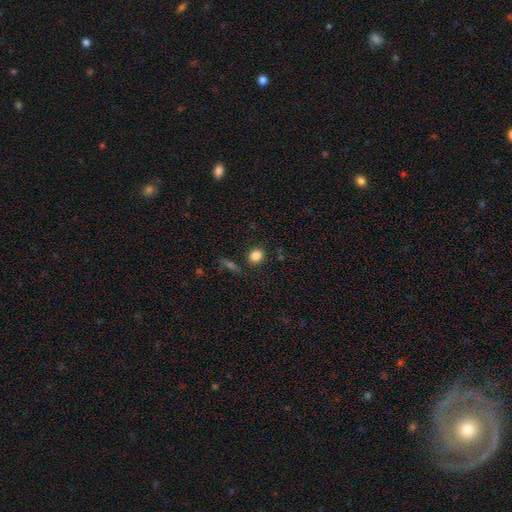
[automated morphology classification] smooth 84%, star or artifact 11%, featured or disk 5%. Down the decision tree: how rounded — round (66%); merging — none (84%).